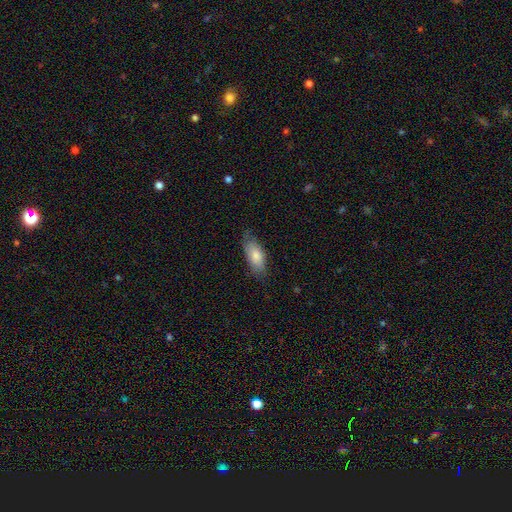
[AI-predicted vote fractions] A smooth galaxy with no disk features (77%) that is in between round and cigar-shaped (84%).

Vote fractions:
- Smooth or featured? smooth: 77% / featured or disk: 17% / star or artifact: 6%
- How rounded? in between: 84% / cigar-shaped: 14% / round: 2%
- Merging? none: 66% / minor disturbance: 26% / major disturbance: 6% / merger: 1%